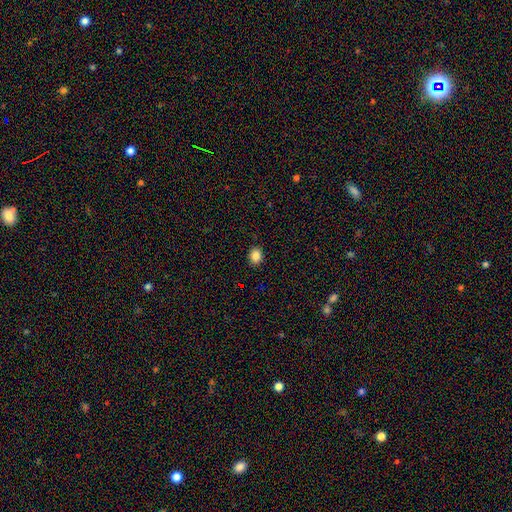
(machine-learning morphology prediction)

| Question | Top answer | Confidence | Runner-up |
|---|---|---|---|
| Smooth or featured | smooth | 86% | star or artifact (10%) |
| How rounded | round | 53% | in between (46%) |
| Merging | none | 90% | minor disturbance (7%) |